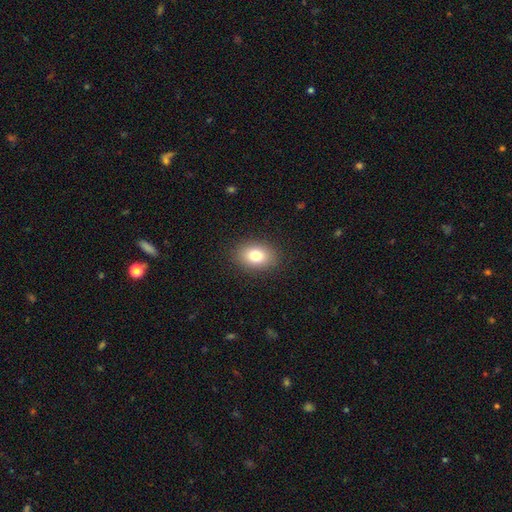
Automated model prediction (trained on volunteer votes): The model was most divided on "how rounded": in between: 76%, round: 23%, cigar-shaped: 1%. More confident: merging — none (88%); smooth or featured — smooth (80%).